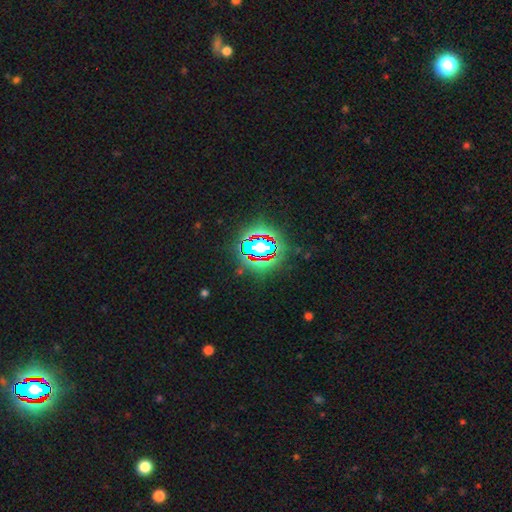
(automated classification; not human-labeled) smooth-or-featured: star or artifact: 81% | smooth: 10% | featured or disk: 8%